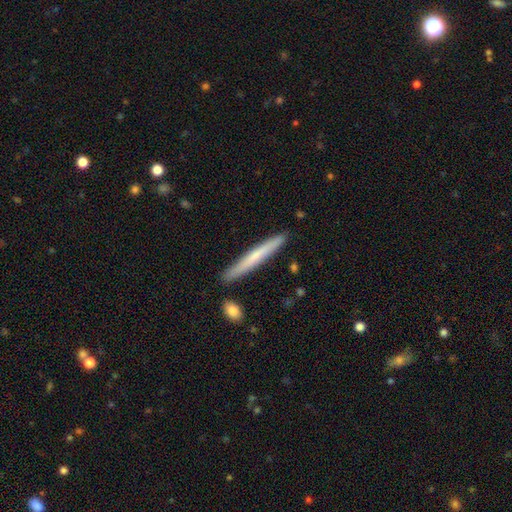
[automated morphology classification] Q: Smooth or featured?
A: smooth (59%); runner-up: featured or disk (36%)
Q: How rounded?
A: cigar-shaped (97%); runner-up: in between (2%)
Q: Merging?
A: none (89%); runner-up: minor disturbance (8%)